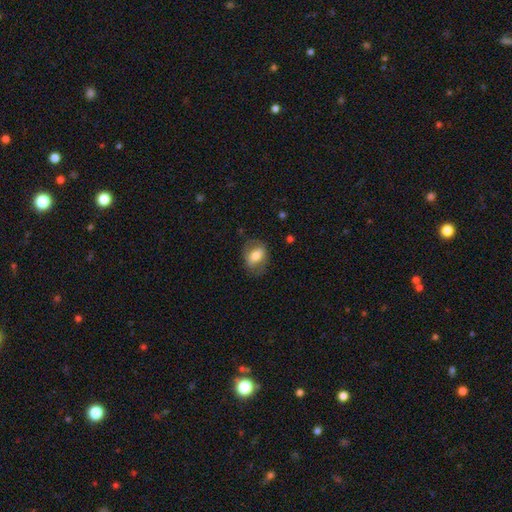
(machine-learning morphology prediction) A smooth galaxy with no disk features (60%) that is in between round and cigar-shaped (72%).

Vote fractions:
- Smooth or featured? smooth: 60% / featured or disk: 33% / star or artifact: 7%
- How rounded? in between: 72% / round: 26% / cigar-shaped: 2%
- Merging? none: 71% / minor disturbance: 18% / major disturbance: 9% / merger: 1%